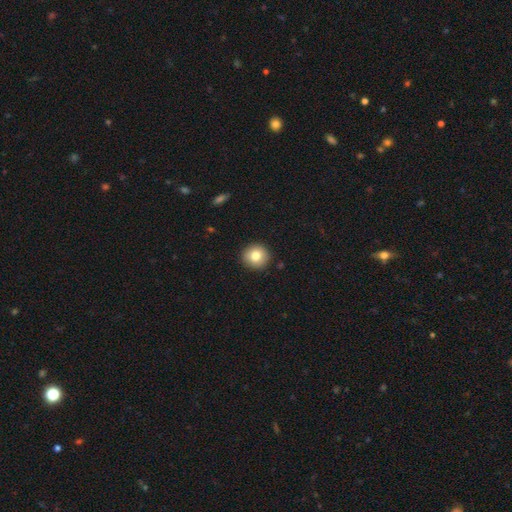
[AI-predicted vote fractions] smooth-or-featured: smooth: 80% | featured or disk: 11% | star or artifact: 9%
  how-rounded: round: 92% | in between: 7% | cigar-shaped: 1%
  merging: none: 91% | minor disturbance: 6% | major disturbance: 2% | merger: 1%